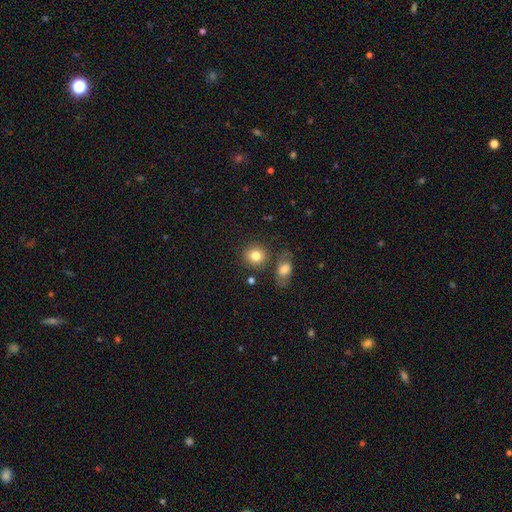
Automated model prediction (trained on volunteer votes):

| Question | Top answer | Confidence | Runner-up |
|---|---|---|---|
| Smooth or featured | smooth | 82% | star or artifact (10%) |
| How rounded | round | 80% | in between (19%) |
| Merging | none | 77% | minor disturbance (10%) |